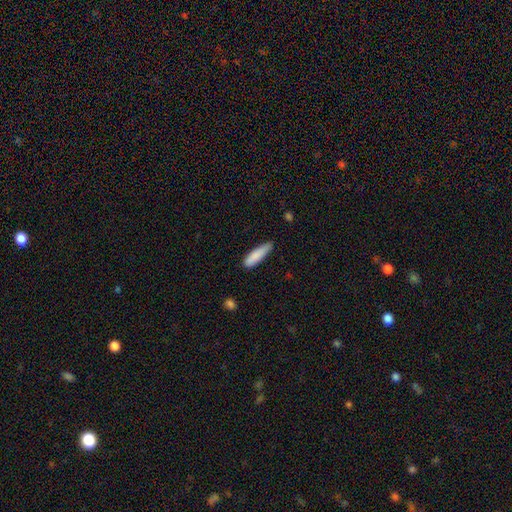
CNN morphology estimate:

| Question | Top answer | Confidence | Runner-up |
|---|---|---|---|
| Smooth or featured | smooth | 85% | featured or disk (9%) |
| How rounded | cigar-shaped | 72% | in between (27%) |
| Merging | none | 73% | minor disturbance (22%) |